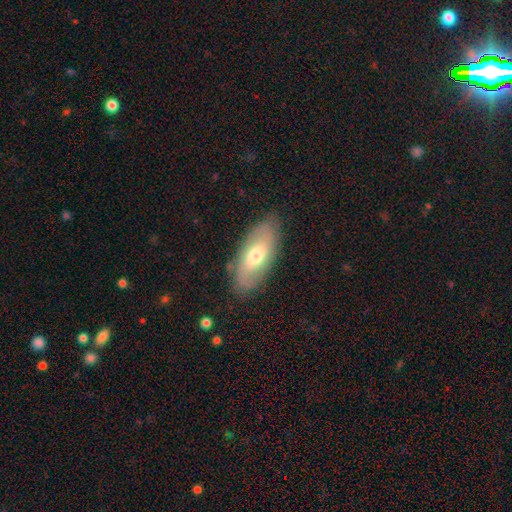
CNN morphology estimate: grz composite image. It shows a smooth galaxy with no disk features (51%) that is in between round and cigar-shaped (87%). Merging: none (81%).